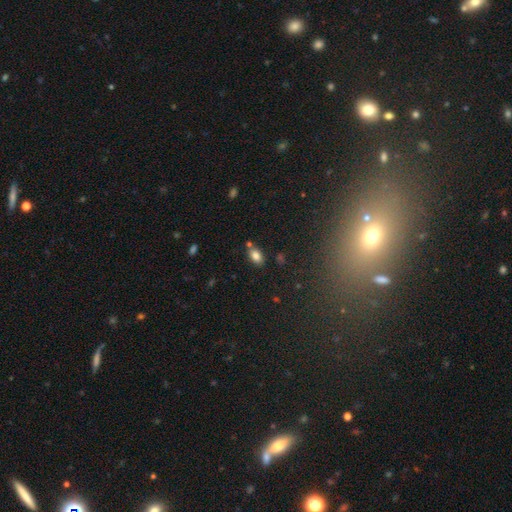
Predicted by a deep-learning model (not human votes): Morphology: type=smooth (82%); roundness=in between (88%); merging=none (73%).